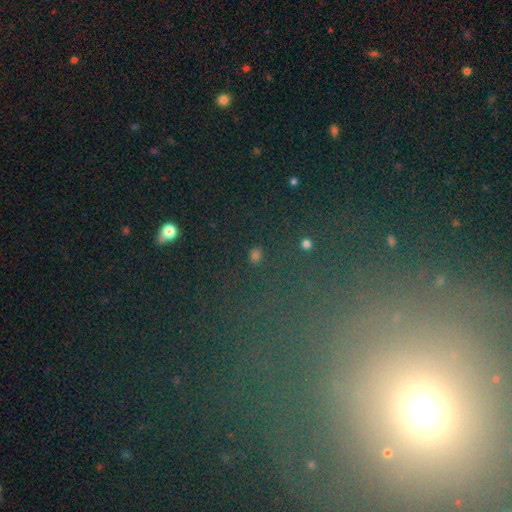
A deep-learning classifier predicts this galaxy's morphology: Q: Smooth or featured?
A: smooth (51%); runner-up: star or artifact (40%)
Q: How rounded?
A: round (76%); runner-up: in between (21%)
Q: Merging?
A: none (85%); runner-up: minor disturbance (8%)